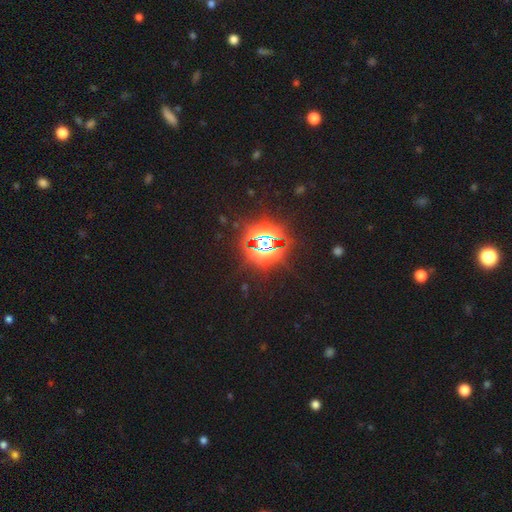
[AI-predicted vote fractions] Q: Smooth or featured?
A: star or artifact (85%); runner-up: smooth (10%)